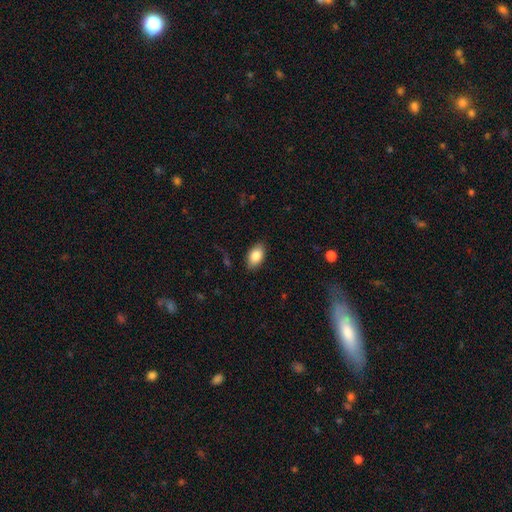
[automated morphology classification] Smooth or featured? smooth (84%)
How rounded? in between (92%)
Merging? none (87%)